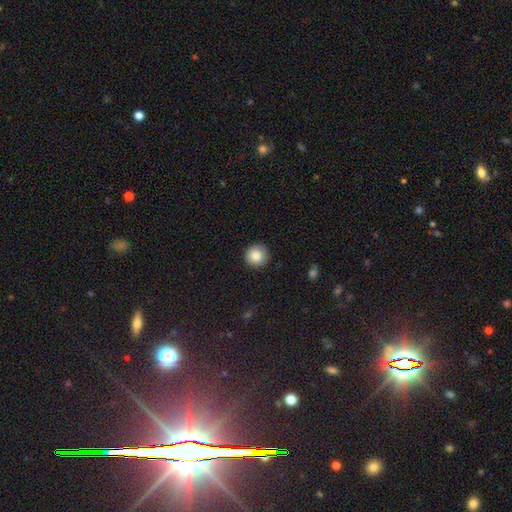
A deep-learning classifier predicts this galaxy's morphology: A smooth galaxy with no disk features (85%) that is round (95%).

Vote fractions:
- Smooth or featured? smooth: 85% / star or artifact: 9% / featured or disk: 6%
- How rounded? round: 95% / in between: 4% / cigar-shaped: 1%
- Merging? none: 91% / minor disturbance: 6% / major disturbance: 2% / merger: 1%